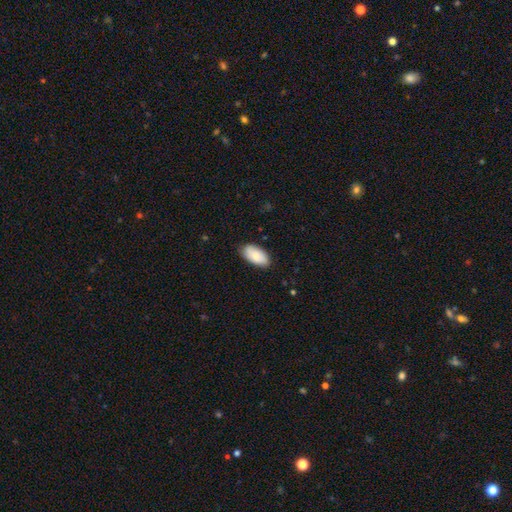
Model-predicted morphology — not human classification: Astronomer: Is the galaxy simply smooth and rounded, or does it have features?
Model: smooth — 80%.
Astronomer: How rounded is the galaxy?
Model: in between — 95%.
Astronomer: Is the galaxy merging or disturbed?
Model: none — 82%.